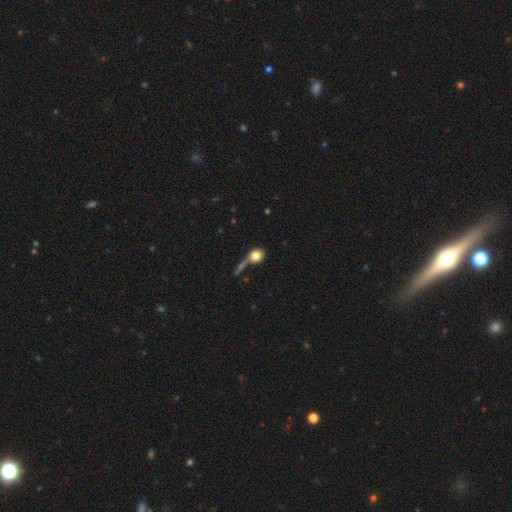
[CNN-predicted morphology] A smooth galaxy with no disk features (78%) that is round (71%).

Vote fractions:
- Smooth or featured? smooth: 78% / featured or disk: 13% / star or artifact: 9%
- How rounded? round: 71% / in between: 26% / cigar-shaped: 3%
- Merging? none: 45% / merger: 27% / minor disturbance: 14% / major disturbance: 13%